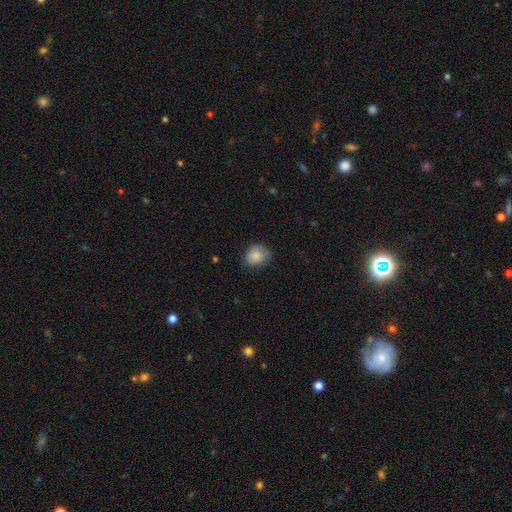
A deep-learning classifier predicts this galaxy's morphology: Smooth or featured? Predicted: smooth (p=0.86). How rounded? Predicted: round (p=0.62). Merging? Predicted: none (p=0.74).